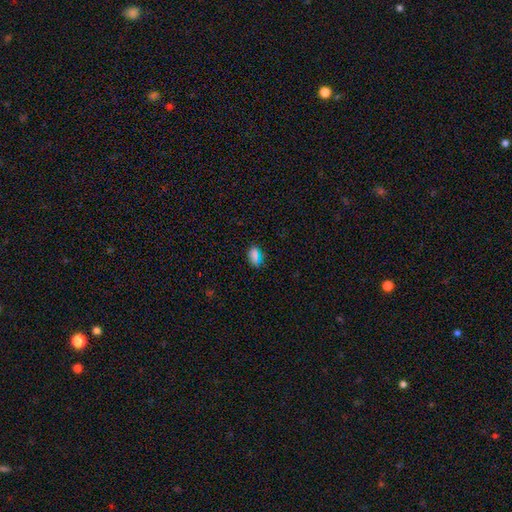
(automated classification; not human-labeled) smooth 72%, star or artifact 22%, featured or disk 6%. Down the decision tree: how rounded — in between (78%); merging — none (79%).